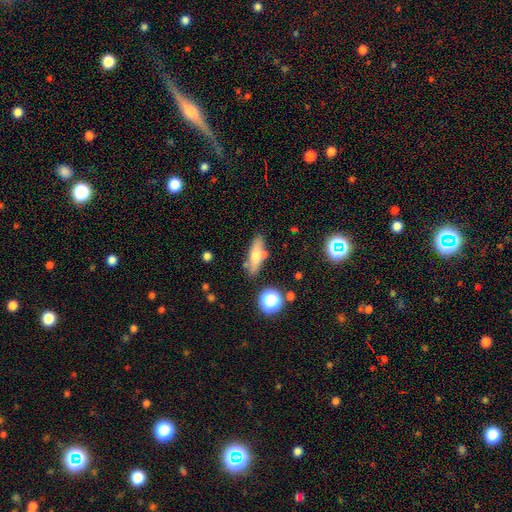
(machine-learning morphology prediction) The model was most divided on "how rounded": cigar-shaped: 51%, in between: 44%, round: 5%. More confident: merging — none (73%); smooth or featured — smooth (61%).